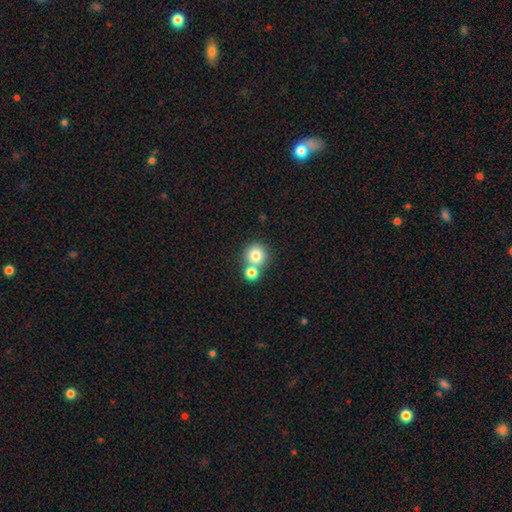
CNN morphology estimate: Overall: smooth (79%). How rounded: round (91%). Merging: none (54%; merger 37%).